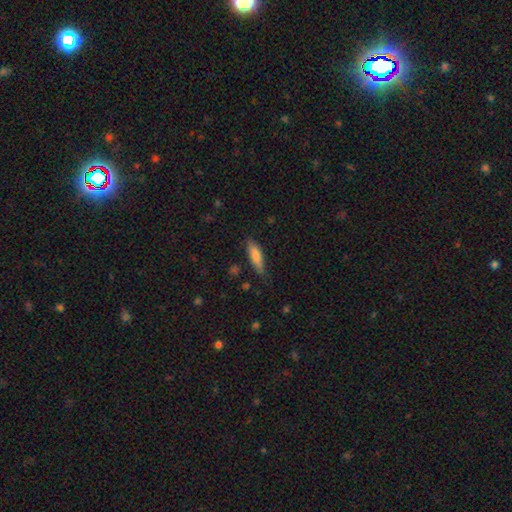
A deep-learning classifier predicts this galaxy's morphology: The model was most divided on "how rounded": cigar-shaped: 62%, in between: 36%, round: 2%. More confident: smooth or featured — smooth (79%); merging — none (75%).